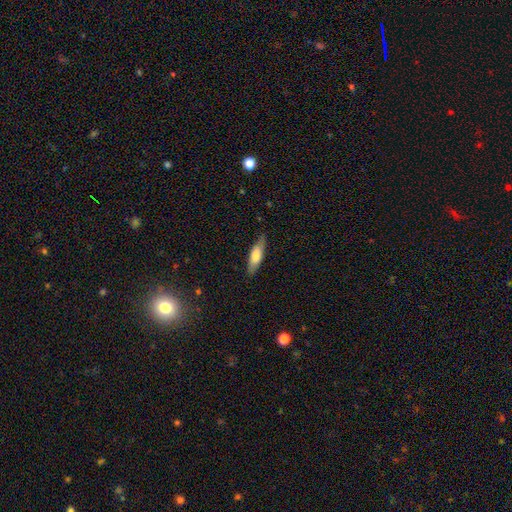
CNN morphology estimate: The model was most divided on "how rounded": cigar-shaped: 53%, in between: 46%, round: 2%. More confident: merging — none (80%); smooth or featured — smooth (72%).